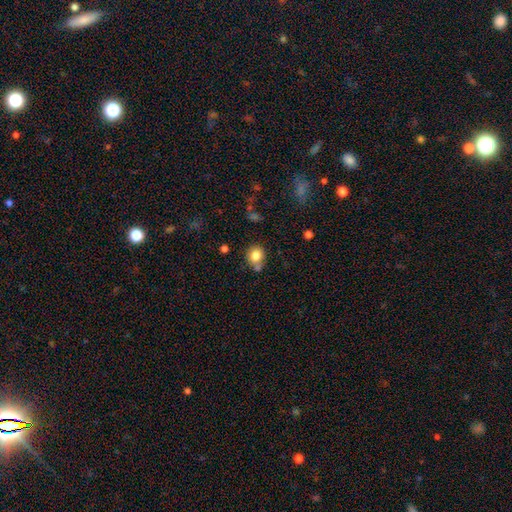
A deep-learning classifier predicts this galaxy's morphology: Q: Smooth or featured?
A: smooth (82%); runner-up: star or artifact (10%)
Q: How rounded?
A: round (79%); runner-up: in between (20%)
Q: Merging?
A: none (65%); runner-up: merger (16%)